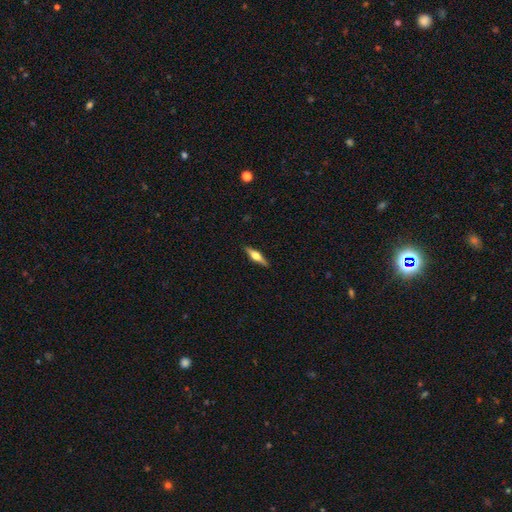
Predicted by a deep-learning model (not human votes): Smooth or featured? featured or disk (62%)
Edge-on disk? yes (96%)
Edge-on bulge? rounded (93%)
Merging? none (89%)